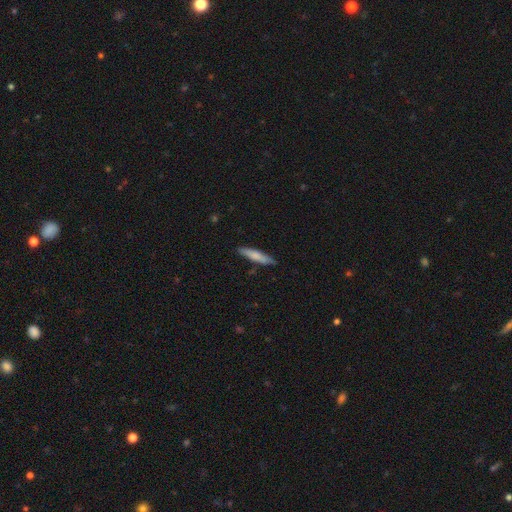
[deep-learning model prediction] The model was most divided on "smooth or featured": smooth: 72%, featured or disk: 23%, star or artifact: 5%. More confident: how rounded — cigar-shaped (87%); merging — none (86%).